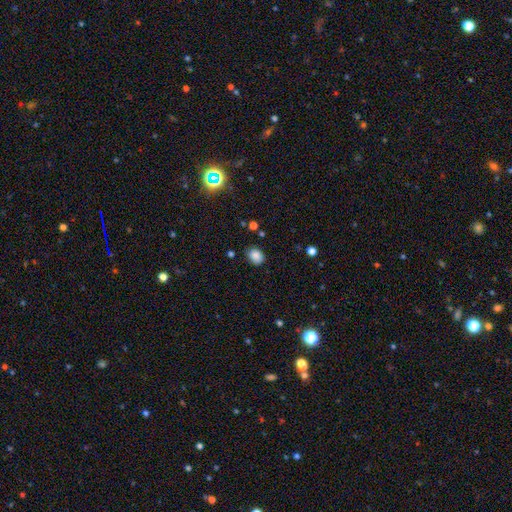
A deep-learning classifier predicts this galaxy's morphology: Smooth or featured? Predicted: smooth (p=0.85). How rounded? Predicted: in between (p=0.55). Merging? Predicted: none (p=0.81).